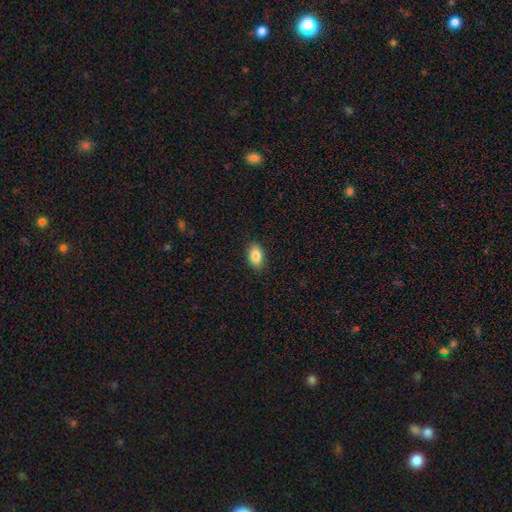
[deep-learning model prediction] smooth_or_featured: smooth (p=0.85) [alt: star or artifact p=0.08]
how_rounded: in between (p=0.91) [alt: round p=0.07]
merging: none (p=0.88) [alt: minor disturbance p=0.09]